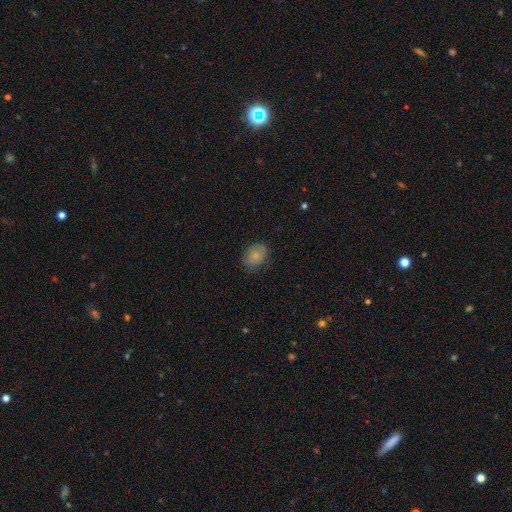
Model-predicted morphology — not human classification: smooth_or_featured: smooth (p=0.80) [alt: featured or disk p=0.11]
how_rounded: in between (p=0.63) [alt: round p=0.36]
merging: none (p=0.77) [alt: minor disturbance p=0.17]